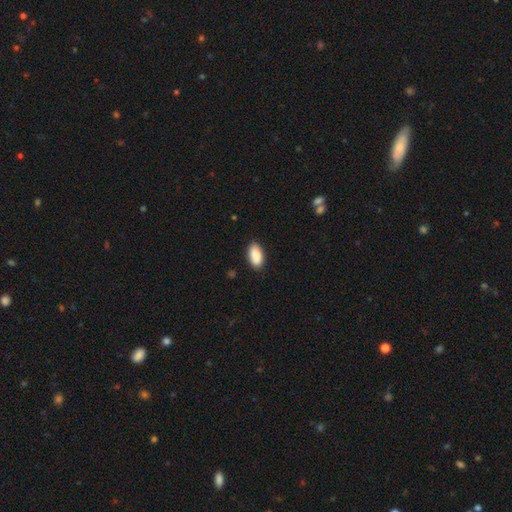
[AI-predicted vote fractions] smooth_or_featured: smooth (p=0.88) [alt: star or artifact p=0.06]
how_rounded: in between (p=0.93) [alt: cigar-shaped p=0.04]
merging: none (p=0.85) [alt: minor disturbance p=0.11]